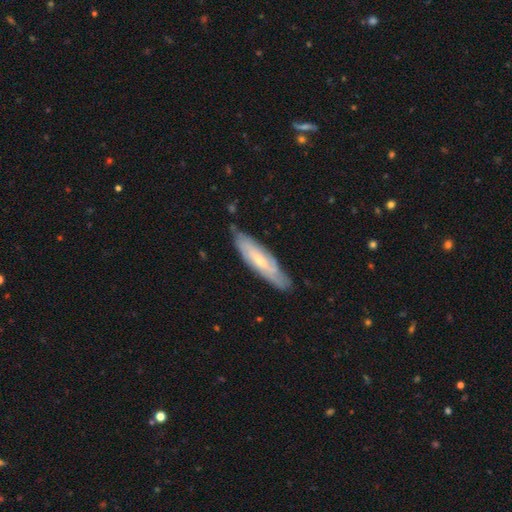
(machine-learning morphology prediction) Smooth or featured?
  - featured or disk: 54% *
  - smooth: 37%
  - star or artifact: 9%
Edge-on disk?
  - no: 50% * (tied)
  - yes: 50% * (tied)
Merging?
  - none: 81% *
  - minor disturbance: 15%
  - major disturbance: 3%
  - merger: 1%